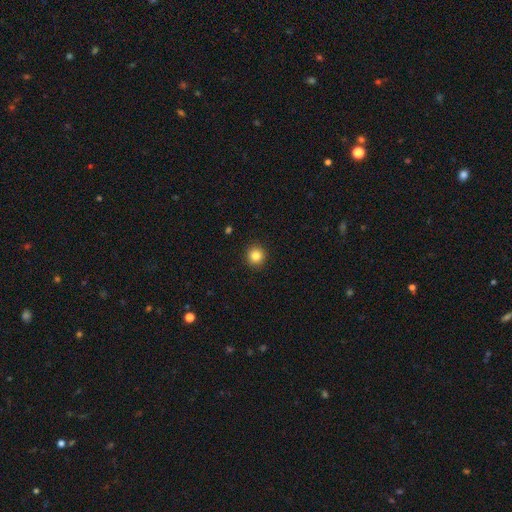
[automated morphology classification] This appears to be a smooth galaxy with no disk features (84%) that is round (94%). Merging: none (92%).